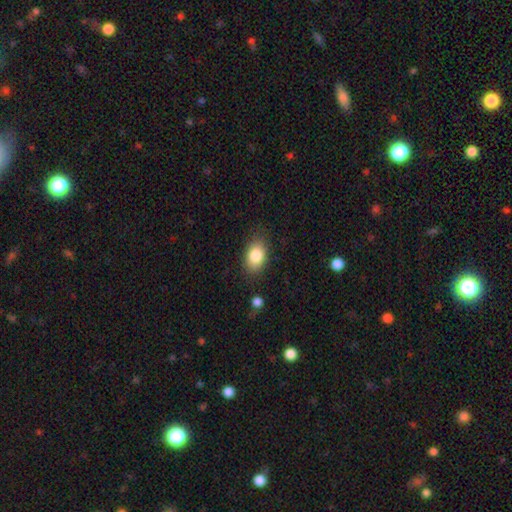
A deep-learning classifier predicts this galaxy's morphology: smooth_or_featured: smooth (p=0.84) [alt: featured or disk p=0.08]
how_rounded: in between (p=0.84) [alt: round p=0.15]
merging: none (p=0.82) [alt: minor disturbance p=0.13]